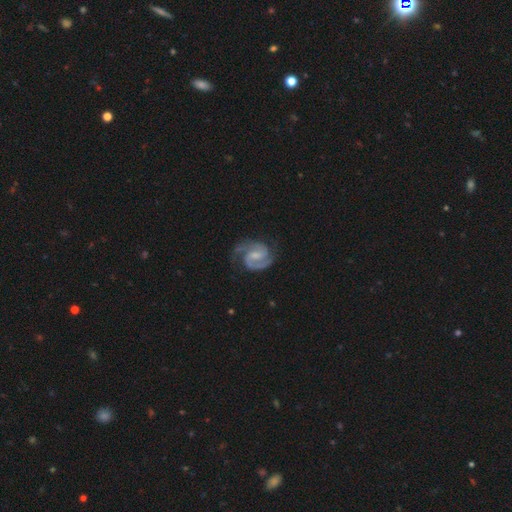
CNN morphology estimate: Smooth or featured? featured or disk (91%)
Edge-on disk? no (98%)
Bar? weak (56%)
Spiral arms? yes (98%)
Spiral winding? medium (54%)
Spiral arm count? 2 (92%)
Bulge size? small (35%)
Merging? none (73%)